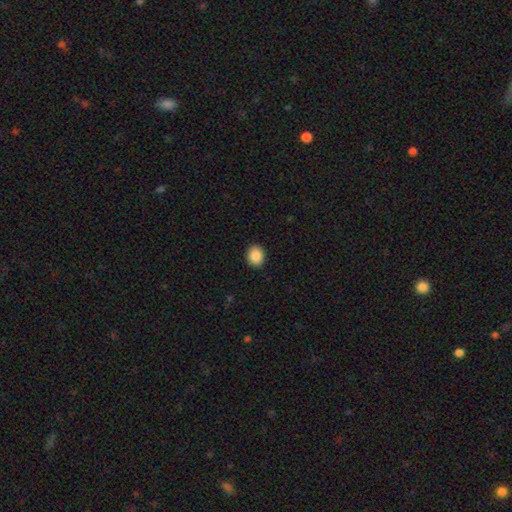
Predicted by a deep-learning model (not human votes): The model was most divided on "how rounded": round: 67%, in between: 32%, cigar-shaped: 1%. More confident: merging — none (91%); smooth or featured — smooth (88%).